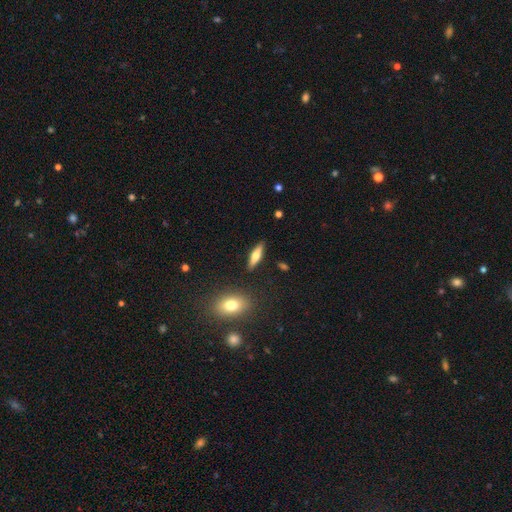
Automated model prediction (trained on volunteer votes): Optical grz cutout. It shows a smooth galaxy with no disk features (52%) that is cigar-shaped (65%). Merging: none (88%).